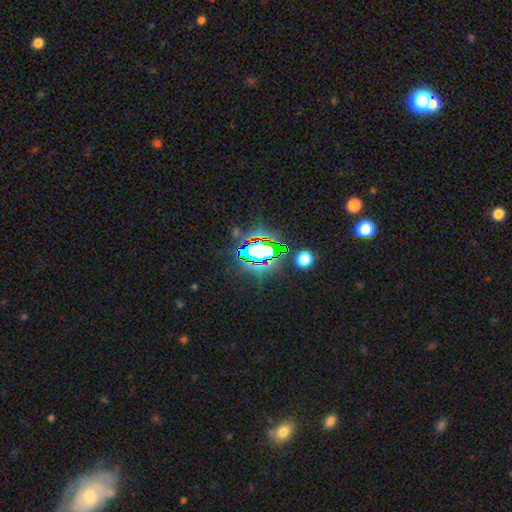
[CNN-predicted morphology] A star or artifact, not a galaxy (81%).

Vote fractions:
- Smooth or featured? star or artifact: 81% / smooth: 12% / featured or disk: 8%